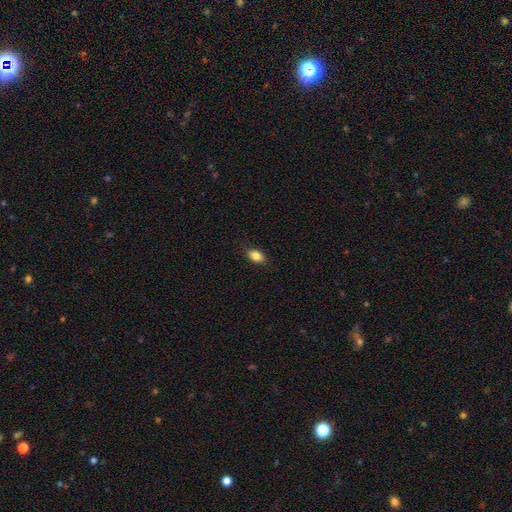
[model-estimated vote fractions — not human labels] smooth-or-featured: smooth: 85% | star or artifact: 9% | featured or disk: 6%
  how-rounded: in between: 85% | round: 13% | cigar-shaped: 3%
  merging: none: 85% | minor disturbance: 11% | major disturbance: 2% | merger: 1%